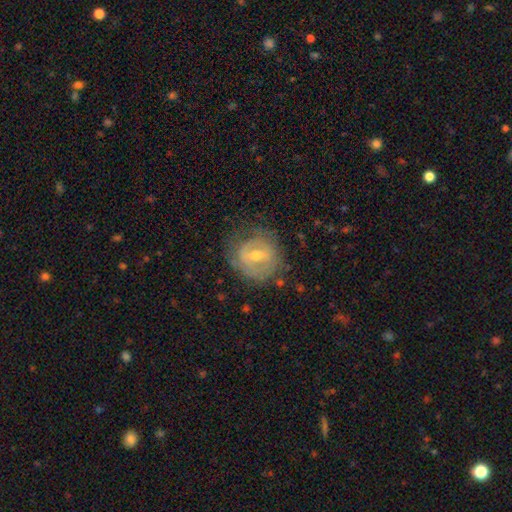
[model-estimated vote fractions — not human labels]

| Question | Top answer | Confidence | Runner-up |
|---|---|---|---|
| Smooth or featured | featured or disk | 67% | smooth (26%) |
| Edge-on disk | no | 96% | yes (4%) |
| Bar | weak | 51% | strong (26%) |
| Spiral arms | yes | 61% | no (39%) |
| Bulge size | moderate | 59% | small (36%) |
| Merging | none | 66% | minor disturbance (21%) |